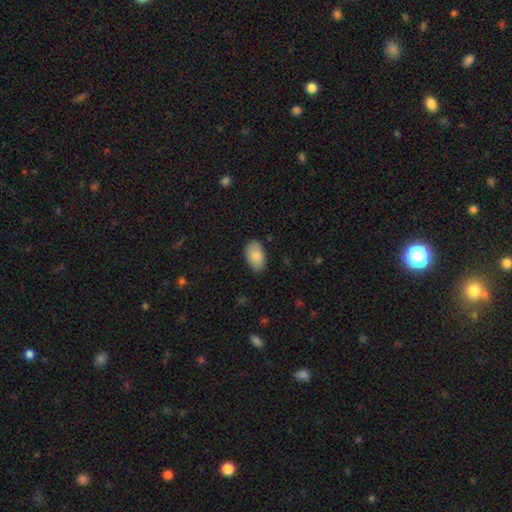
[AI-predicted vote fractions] smooth-or-featured: smooth: 87% | featured or disk: 7% | star or artifact: 6%
  how-rounded: in between: 94% | round: 5% | cigar-shaped: 1%
  merging: none: 85% | minor disturbance: 12% | major disturbance: 2% | merger: 1%